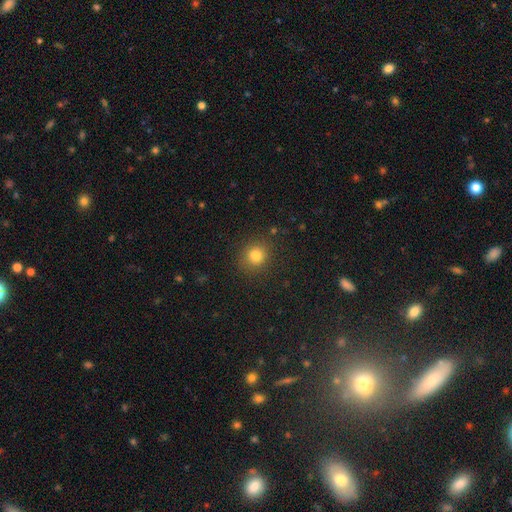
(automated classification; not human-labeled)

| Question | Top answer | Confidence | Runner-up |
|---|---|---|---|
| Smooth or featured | smooth | 80% | star or artifact (13%) |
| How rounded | round | 85% | in between (14%) |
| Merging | none | 86% | minor disturbance (9%) |